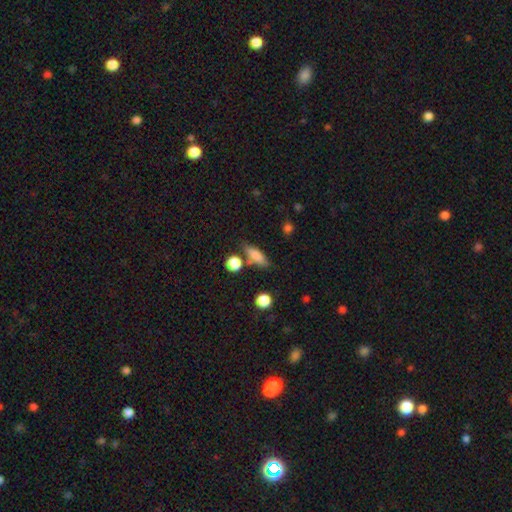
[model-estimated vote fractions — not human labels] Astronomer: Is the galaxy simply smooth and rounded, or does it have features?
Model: smooth — 75%.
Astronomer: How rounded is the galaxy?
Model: in between — 47% (runner-up: cigar-shaped, 45%).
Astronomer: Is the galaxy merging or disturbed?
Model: none — 70%.